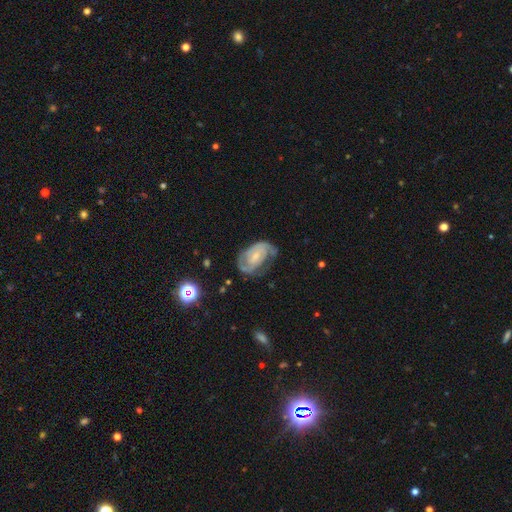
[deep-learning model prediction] This is likely a featured or disk galaxy (76%). It is clearly not viewed edge-on (97%). Bar: possibly no (48%). Spiral arm pattern: clearly yes (89%). Spiral arm count: likely 2 (64%). Spiral winding: possibly tight (47%). Central bulge: possibly small (56%). Merging: possibly none (57%).